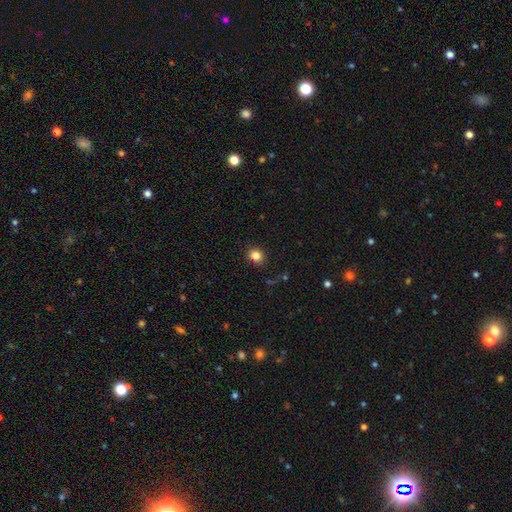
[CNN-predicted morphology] smooth-or-featured: smooth: 83% | star or artifact: 12% | featured or disk: 5%
  how-rounded: round: 74% | in between: 25% | cigar-shaped: 1%
  merging: none: 85% | minor disturbance: 10% | major disturbance: 3% | merger: 1%